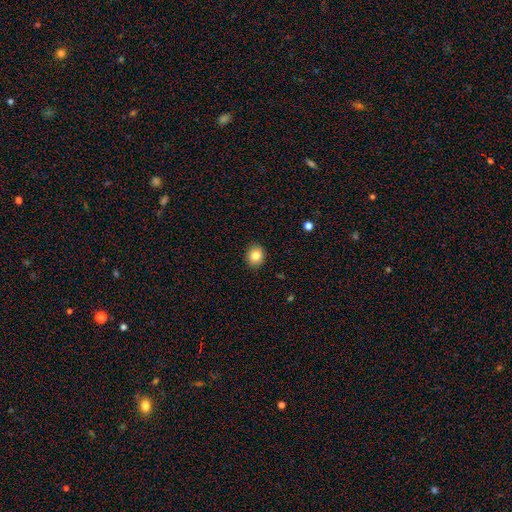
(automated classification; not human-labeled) Overall: smooth (84%). How rounded: round (67%; in between 32%). Merging: none (91%).